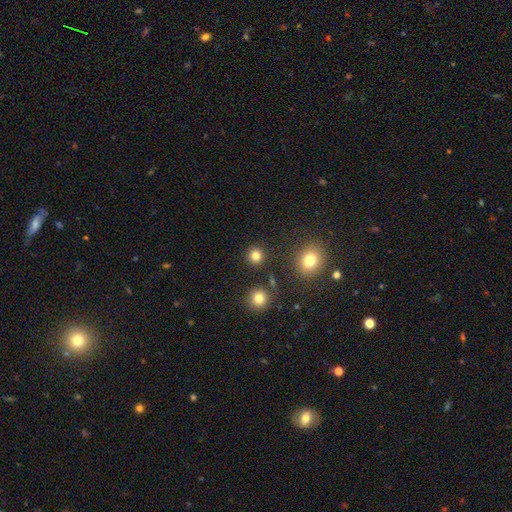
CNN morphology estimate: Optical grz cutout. It shows a smooth galaxy with no disk features (82%) that is round (91%). Merging: none (89%).